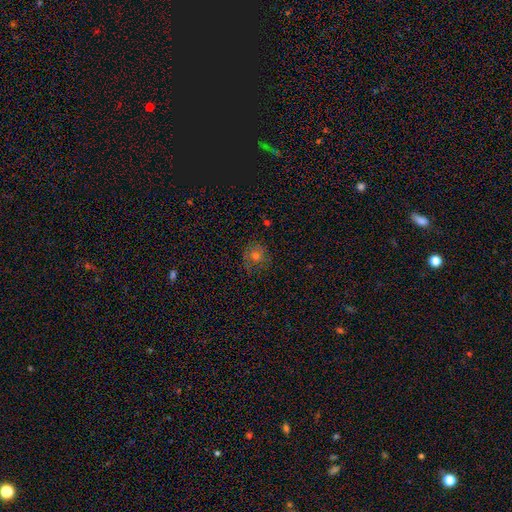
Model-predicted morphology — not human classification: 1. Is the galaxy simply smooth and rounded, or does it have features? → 45% smooth, 34% featured or disk, 21% star or artifact.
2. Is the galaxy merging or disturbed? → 75% none, 16% minor disturbance, 8% major disturbance, 1% merger.